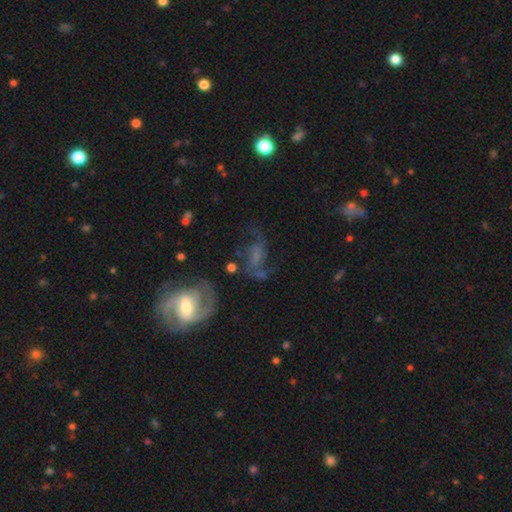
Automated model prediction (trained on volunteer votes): Q: Smooth or featured?
A: featured or disk (62%); runner-up: smooth (21%)
Q: Edge-on disk?
A: no (95%); runner-up: yes (5%)
Q: Bar?
A: no (42%); runner-up: weak (40%)
Q: Spiral arms?
A: yes (85%); runner-up: no (15%)
Q: Spiral winding?
A: loose (47%); runner-up: medium (38%)
Q: Spiral arm count?
A: 2 (77%); runner-up: can't tell (10%)
Q: Bulge size?
A: none (39%); runner-up: small (31%)
Q: Merging?
A: none (48%); runner-up: major disturbance (25%)